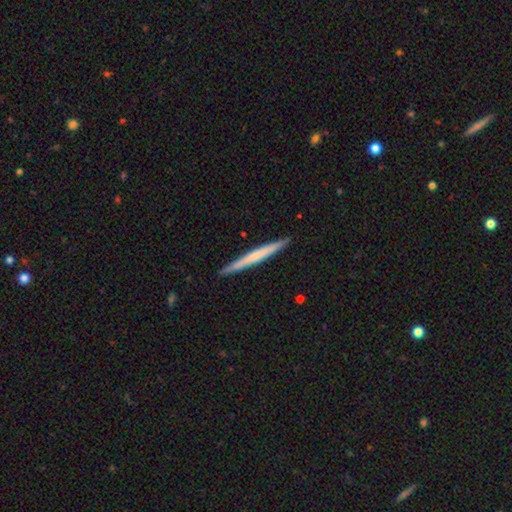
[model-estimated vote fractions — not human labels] Smooth or featured? smooth (49%)
Merging? none (92%)